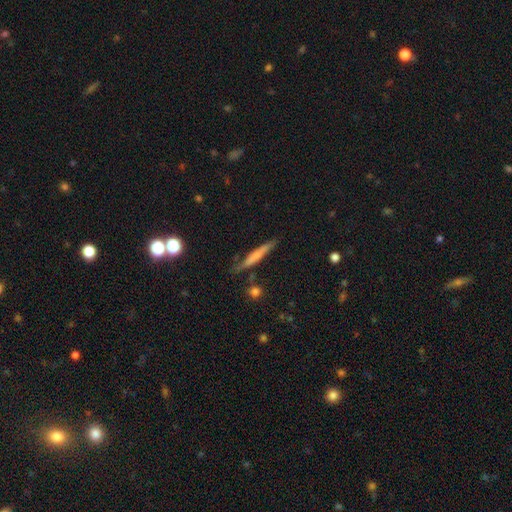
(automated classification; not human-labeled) This appears to be a smooth galaxy with no disk features (54%) that is cigar-shaped (93%). Merging: none (78%).